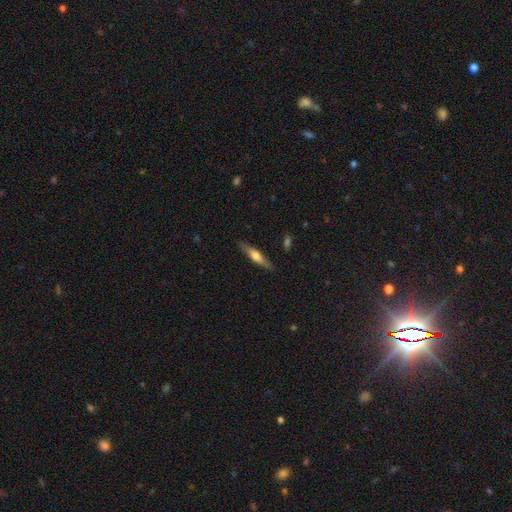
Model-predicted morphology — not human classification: Q: Smooth or featured?
A: smooth (48%); runner-up: featured or disk (46%)
Q: Merging?
A: none (86%); runner-up: minor disturbance (10%)